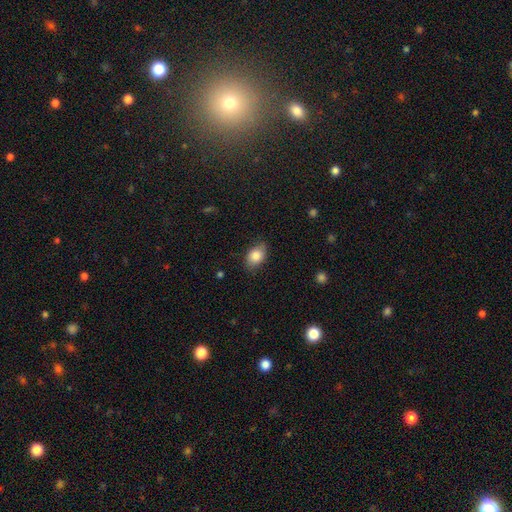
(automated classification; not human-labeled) A smooth galaxy with no disk features (84%) that is in between round and cigar-shaped (78%). Merging: none (79%).